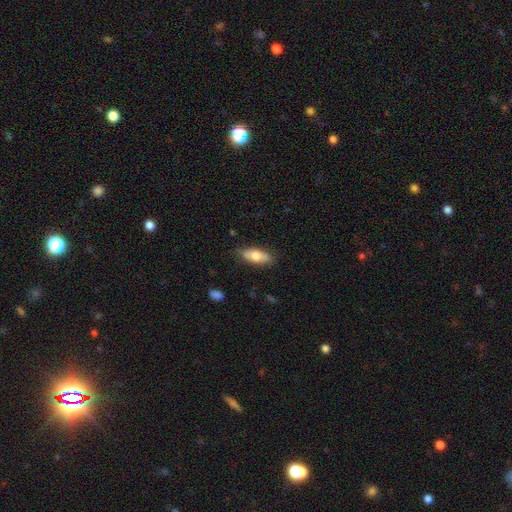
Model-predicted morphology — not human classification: Overall: smooth (69%). How rounded: in between (79%). Merging: none (82%).